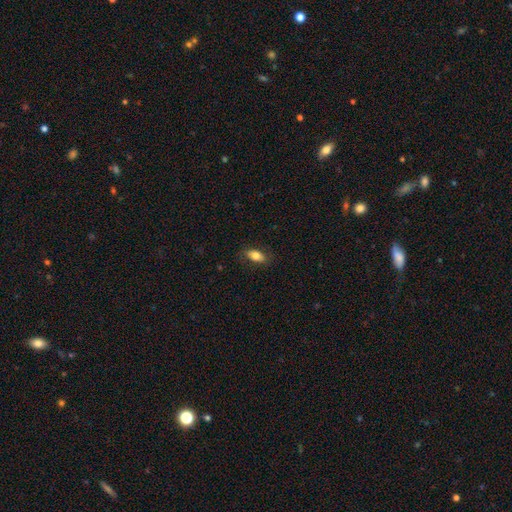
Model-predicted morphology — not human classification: Q: Smooth or featured?
A: smooth (78%); runner-up: featured or disk (15%)
Q: How rounded?
A: in between (87%); runner-up: cigar-shaped (8%)
Q: Merging?
A: none (83%); runner-up: minor disturbance (13%)